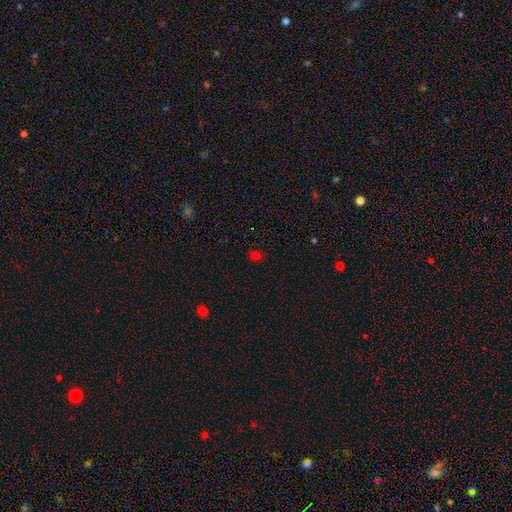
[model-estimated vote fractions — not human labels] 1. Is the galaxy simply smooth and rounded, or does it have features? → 69% smooth, 26% star or artifact, 5% featured or disk.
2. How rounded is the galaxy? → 78% round, 20% in between, 1% cigar-shaped.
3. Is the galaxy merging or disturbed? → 88% none, 8% minor disturbance, 2% major disturbance, 2% merger.